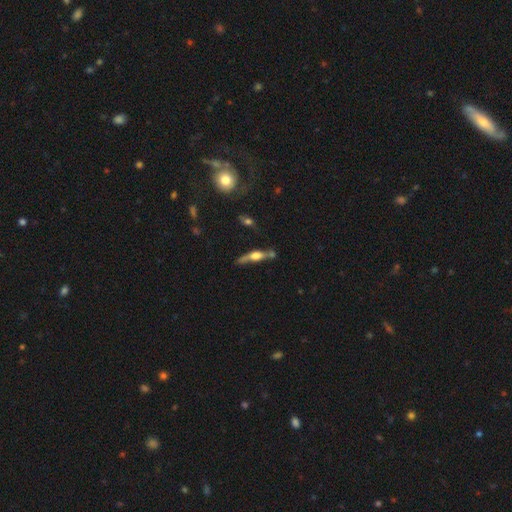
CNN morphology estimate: Smooth or featured?
  - featured or disk: 59% *
  - smooth: 32%
  - star or artifact: 9%
Edge-on disk?
  - yes: 86% *
  - no: 14%
Edge-on bulge?
  - rounded: 80% *
  - boxy: 15%
  - none: 4%
Merging?
  - none: 54% *
  - minor disturbance: 20%
  - merger: 16%
  - major disturbance: 10%